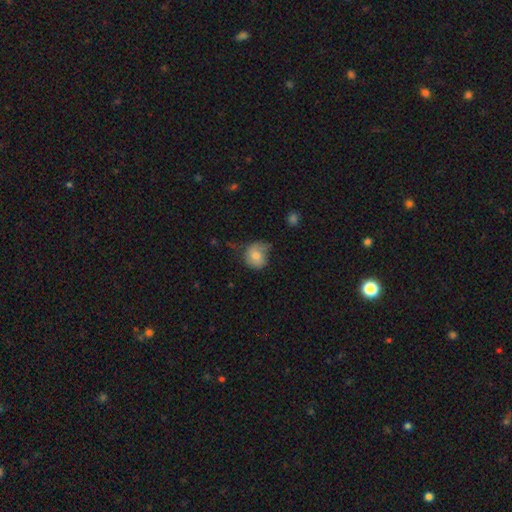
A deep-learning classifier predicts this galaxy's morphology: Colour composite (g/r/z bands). It shows a smooth galaxy with no disk features (71%) that is round (71%). Merging: none (41%).